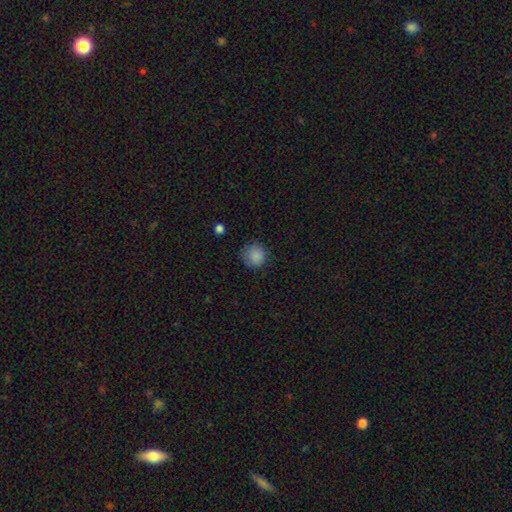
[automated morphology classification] smooth-or-featured: smooth: 87% | star or artifact: 10% | featured or disk: 3%
  how-rounded: round: 92% | in between: 7% | cigar-shaped: 1%
  merging: none: 84% | minor disturbance: 12% | major disturbance: 3% | merger: 1%